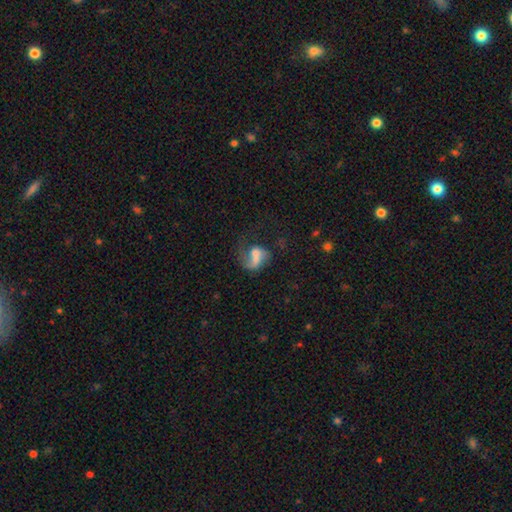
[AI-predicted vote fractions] Overall: featured or disk (51%; smooth 38%). Edge-on disk: no (97%). Merging: major disturbance (35%; none 28%).